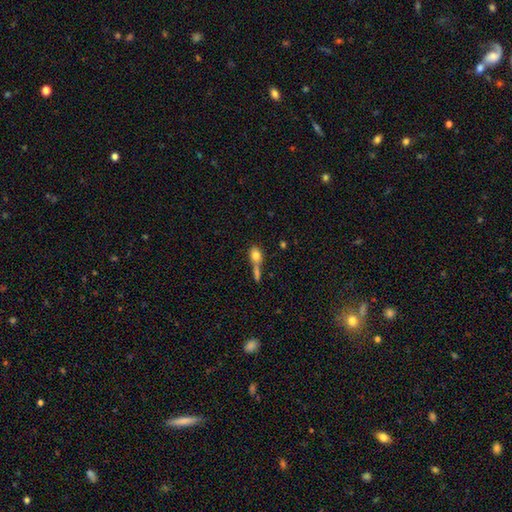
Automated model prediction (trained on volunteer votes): This is likely a smooth galaxy (75%). How rounded: possibly in between (58%). Merging: possibly merger (46%).